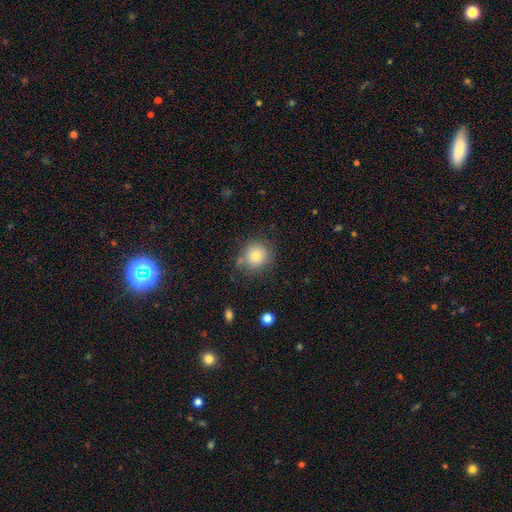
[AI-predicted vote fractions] This appears to be a smooth galaxy with no disk features (79%) that is round (87%). Merging: none (74%).